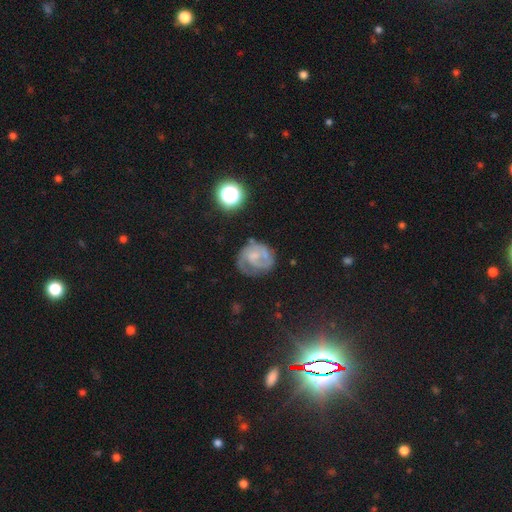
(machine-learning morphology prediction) This is likely a featured or disk galaxy (62%). It is clearly not viewed edge-on (98%). Bar: likely no (66%). Spiral arm pattern: likely yes (76%). Central bulge: marginally small (33%, tied with none). Merging: possibly none (53%).